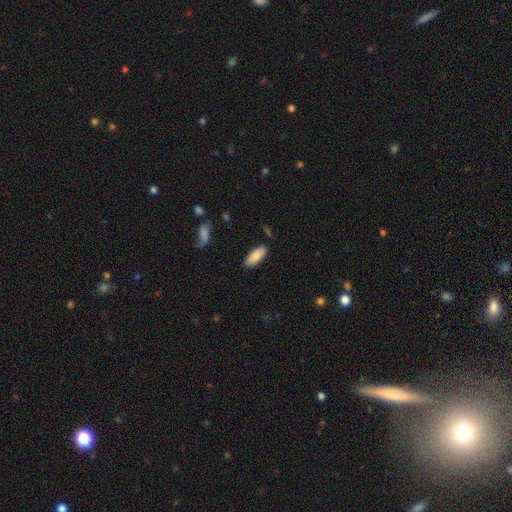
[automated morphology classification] Overall: smooth (86%). How rounded: in between (83%). Merging: none (86%).